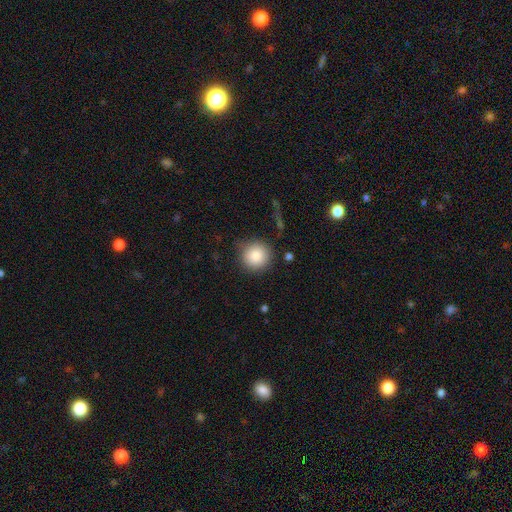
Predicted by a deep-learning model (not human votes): A smooth galaxy with no disk features (85%) that is round (94%). Merging: none (81%).